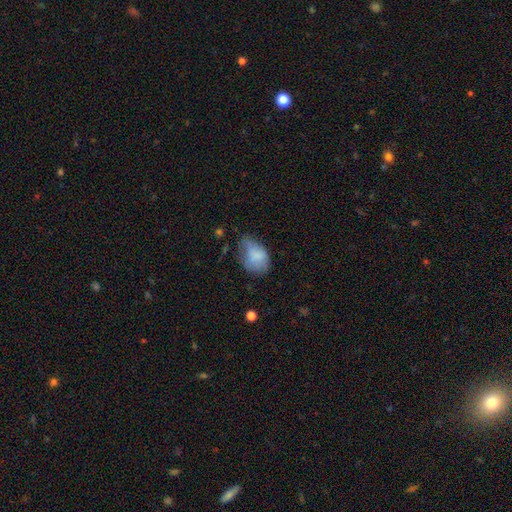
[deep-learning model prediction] Q: Smooth or featured?
A: smooth (76%); runner-up: featured or disk (16%)
Q: How rounded?
A: in between (75%); runner-up: round (24%)
Q: Merging?
A: minor disturbance (42%); runner-up: none (32%)